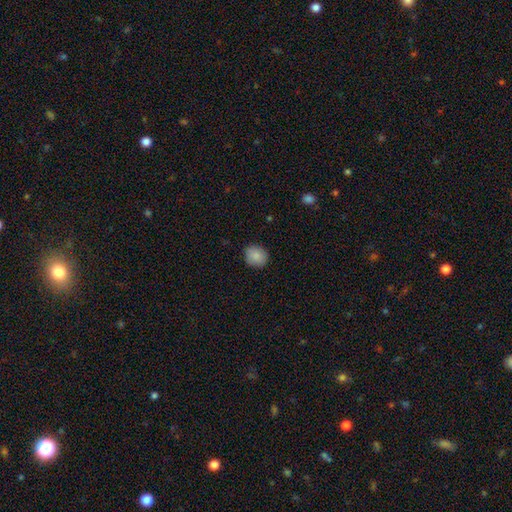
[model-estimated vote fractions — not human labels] This is clearly a smooth galaxy (88%). How rounded: likely round (77%). Merging: clearly none (86%).